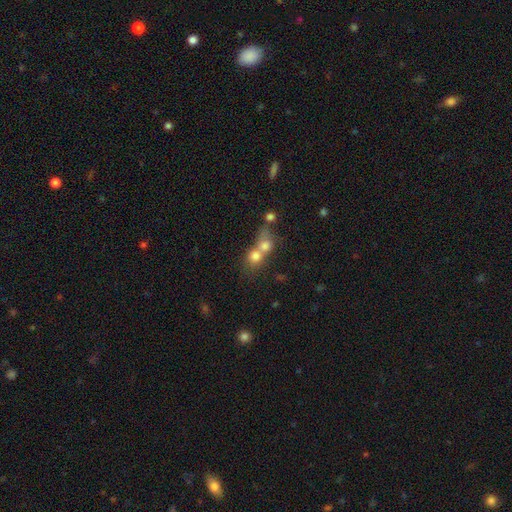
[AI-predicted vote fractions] Smooth or featured: smooth — 73% (featured or disk — 15%)
How rounded: round — 75% (in between — 23%)
Merging: merger — 68% (none — 23%)